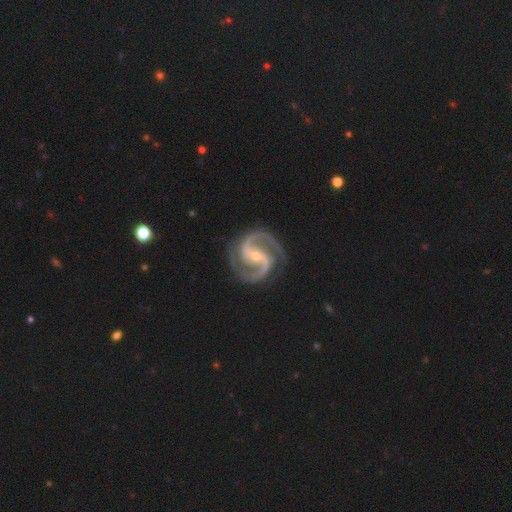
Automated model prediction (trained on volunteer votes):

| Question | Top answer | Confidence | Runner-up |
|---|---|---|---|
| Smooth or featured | featured or disk | 95% | star or artifact (3%) |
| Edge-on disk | no | 98% | yes (2%) |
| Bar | strong | 42% | weak (34%) |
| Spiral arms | yes | 99% | no (1%) |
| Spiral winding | medium | 63% | tight (28%) |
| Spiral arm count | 2 | 92% | 3 (4%) |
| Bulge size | small | 67% | moderate (30%) |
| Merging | none | 82% | minor disturbance (13%) |